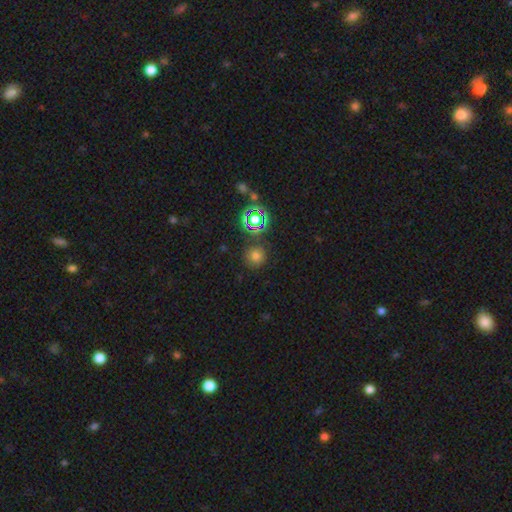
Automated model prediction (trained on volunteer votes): A smooth galaxy with no disk features (70%) that is round (92%). Merging: none (82%).